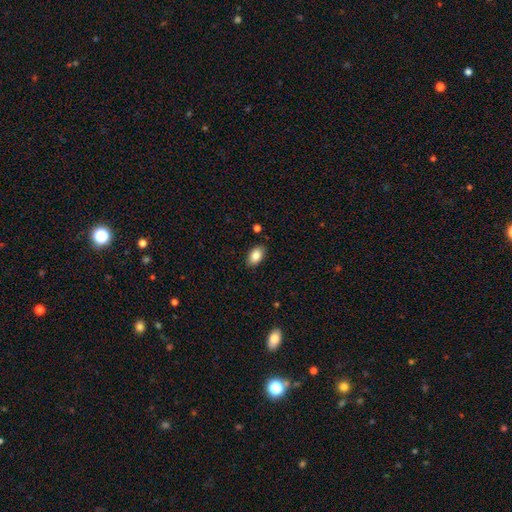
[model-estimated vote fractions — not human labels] This appears to be a smooth galaxy with no disk features (86%) that is in between round and cigar-shaped (92%). Merging: none (88%).